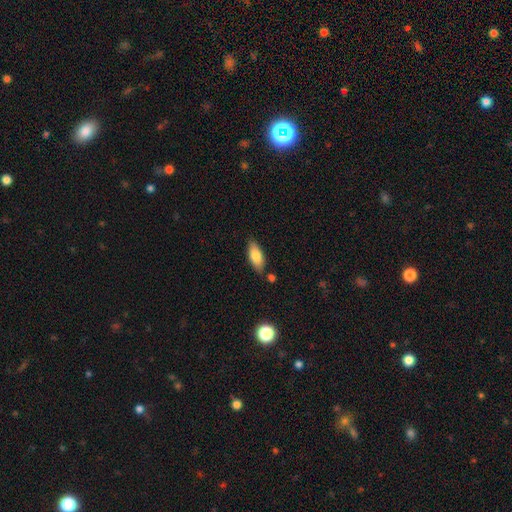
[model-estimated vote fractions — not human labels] Overall: smooth (80%). How rounded: in between (80%). Merging: none (78%).